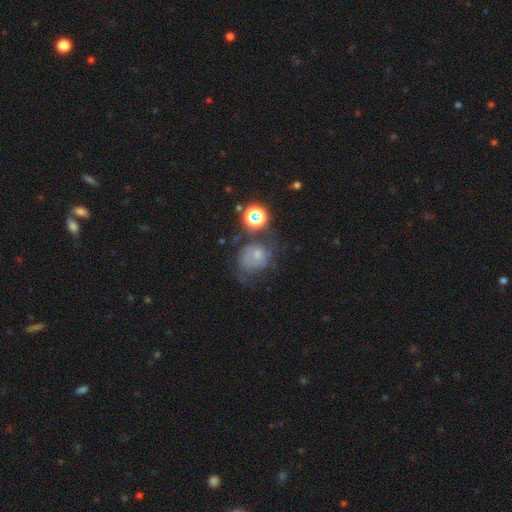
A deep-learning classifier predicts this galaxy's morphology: Overall: smooth (50%; featured or disk 28%). How rounded: round (64%; in between 35%). Merging: none (36%; major disturbance 28%).